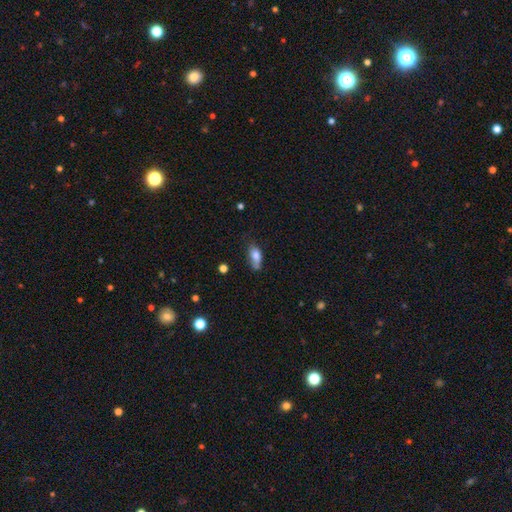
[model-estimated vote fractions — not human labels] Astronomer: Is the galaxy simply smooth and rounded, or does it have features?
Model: smooth — 77%.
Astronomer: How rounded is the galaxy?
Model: in between — 83%.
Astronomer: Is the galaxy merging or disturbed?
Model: none — 50% (runner-up: minor disturbance, 35%).